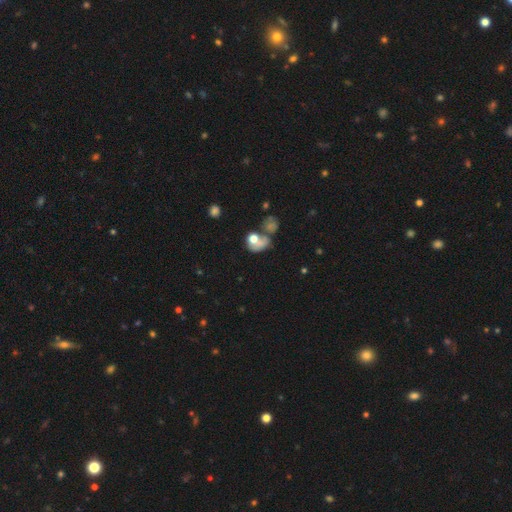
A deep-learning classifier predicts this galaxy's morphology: The model was most divided on "merging": merger: 39%, none: 36%, major disturbance: 12%, minor disturbance: 12%. Remaining: smooth or featured — smooth (44%).